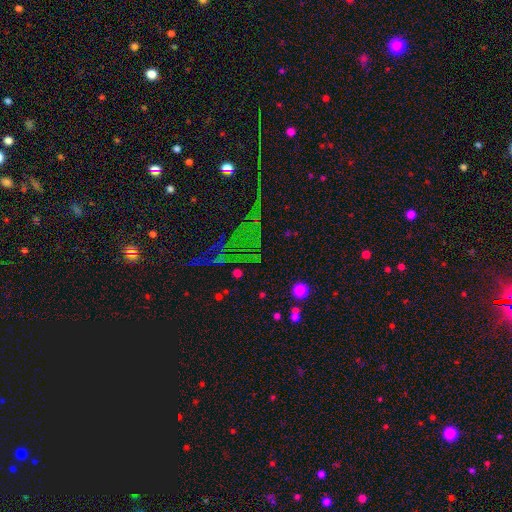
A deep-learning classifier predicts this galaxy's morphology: Smooth or featured: star or artifact — 52% (smooth — 37%)